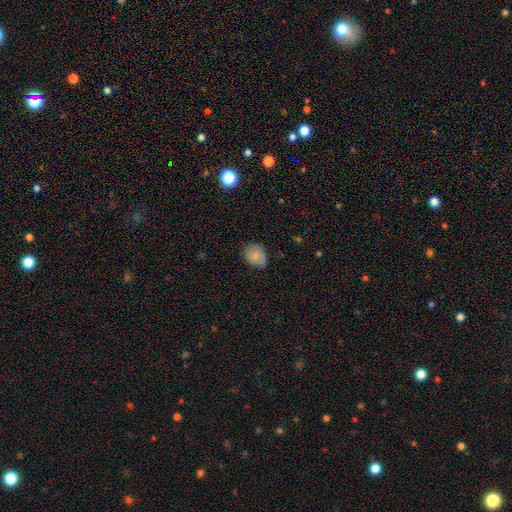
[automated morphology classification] smooth 82%, featured or disk 9%, star or artifact 9%. Down the decision tree: how rounded — in between (51%); merging — none (66%).